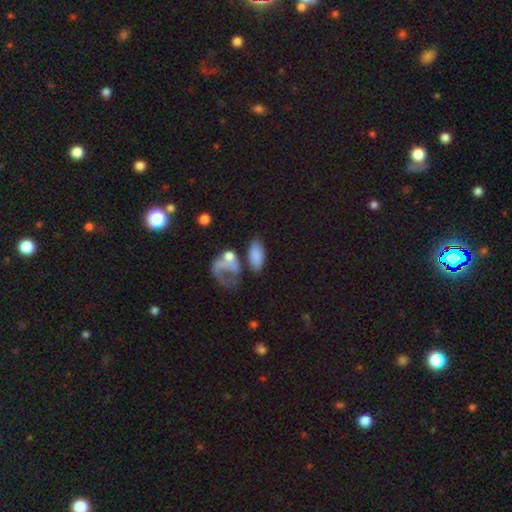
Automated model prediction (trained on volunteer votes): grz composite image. It shows a smooth galaxy with no disk features (74%) that is in between round and cigar-shaped (89%). Merging: none (40%).